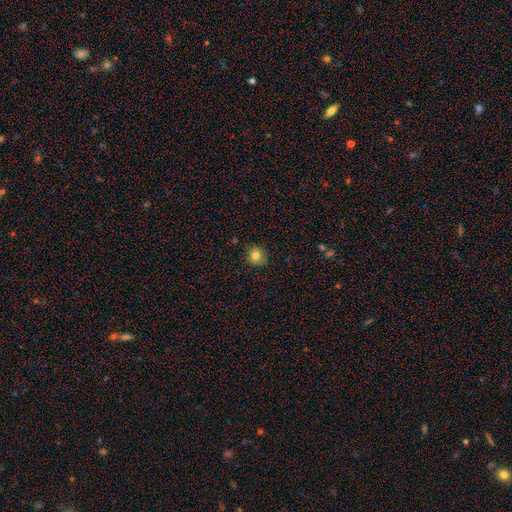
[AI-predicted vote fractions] smooth-or-featured: smooth: 80% | star or artifact: 12% | featured or disk: 8%
  how-rounded: round: 84% | in between: 15% | cigar-shaped: 1%
  merging: none: 87% | minor disturbance: 10% | major disturbance: 2% | merger: 1%